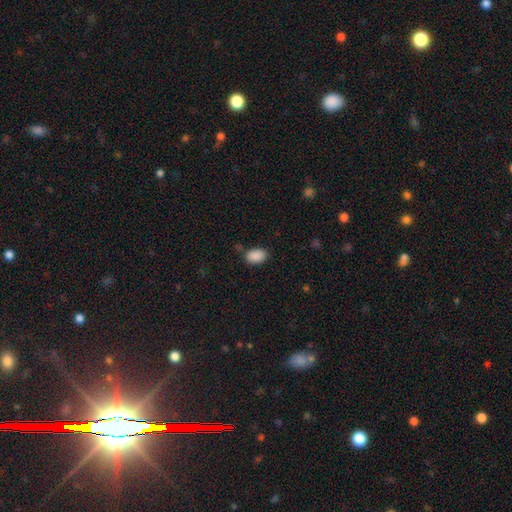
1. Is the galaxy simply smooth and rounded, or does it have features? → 92% smooth, 8% star or artifact, 0% featured or disk.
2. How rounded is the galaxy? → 89% in between, 11% round, 0% cigar-shaped.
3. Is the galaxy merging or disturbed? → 74% none, 20% minor disturbance, 6% major disturbance, 0% merger.